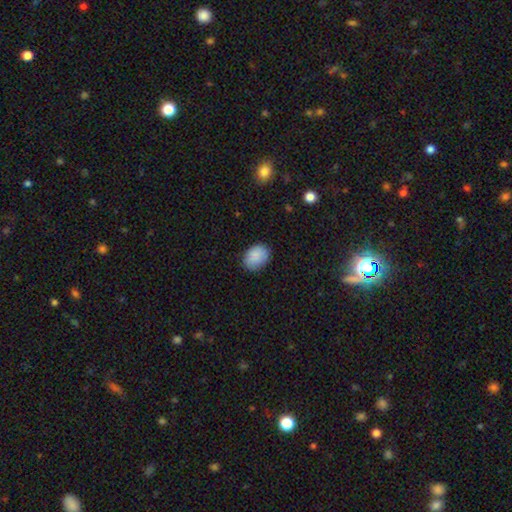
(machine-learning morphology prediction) Smooth or featured? Predicted: smooth (p=0.88). How rounded? Predicted: in between (p=0.68). Merging? Predicted: none (p=0.81).